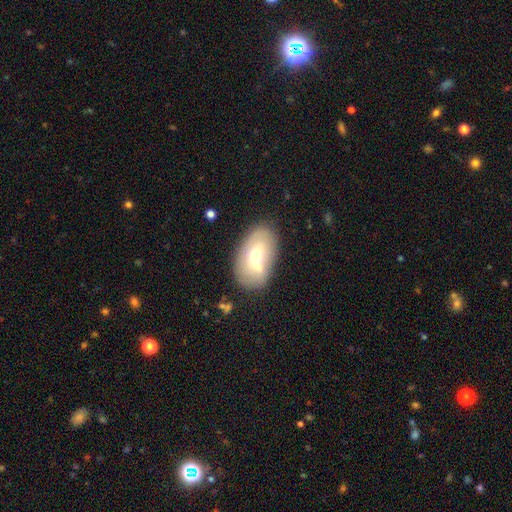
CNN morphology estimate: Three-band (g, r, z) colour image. It shows a smooth galaxy with no disk features (53%) that is in between round and cigar-shaped (90%). Merging: none (59%).